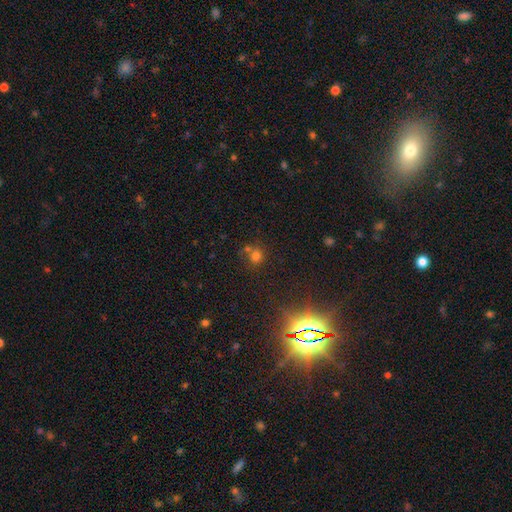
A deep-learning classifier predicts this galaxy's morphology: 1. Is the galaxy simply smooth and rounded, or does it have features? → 64% smooth, 26% star or artifact, 10% featured or disk.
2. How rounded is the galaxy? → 82% round, 17% in between, 1% cigar-shaped.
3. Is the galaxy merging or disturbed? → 57% none, 26% merger, 11% minor disturbance, 6% major disturbance.